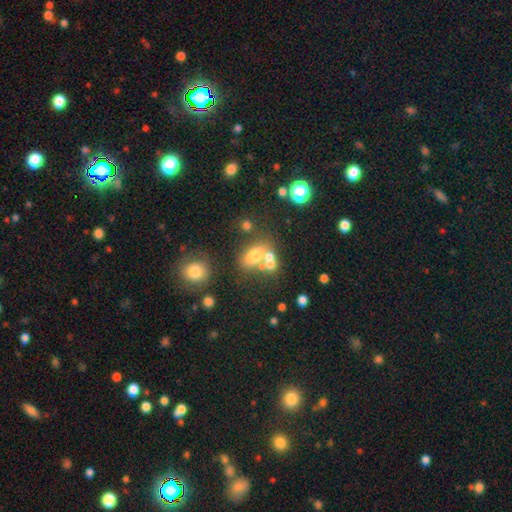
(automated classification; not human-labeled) Smooth or featured?
  - smooth: 64% *
  - featured or disk: 20%
  - star or artifact: 16%
How rounded?
  - in between: 73% *
  - round: 24%
  - cigar-shaped: 3%
Merging?
  - merger: 44% *
  - none: 37%
  - minor disturbance: 11%
  - major disturbance: 7%